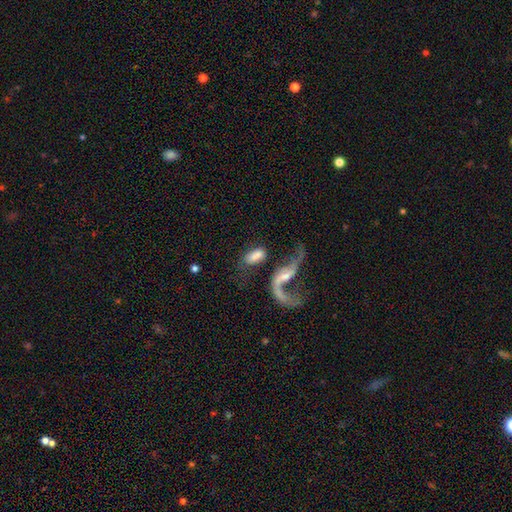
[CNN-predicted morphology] Q: Smooth or featured?
A: smooth (56%); runner-up: featured or disk (36%)
Q: How rounded?
A: in between (87%); runner-up: cigar-shaped (9%)
Q: Merging?
A: merger (37%); runner-up: none (31%)